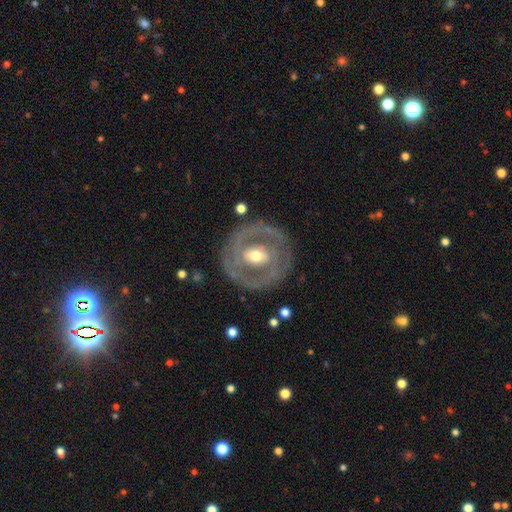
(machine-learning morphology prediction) Smooth or featured?
  - featured or disk: 77% *
  - smooth: 18%
  - star or artifact: 5%
Edge-on disk?
  - no: 96% *
  - yes: 4%
Bar?
  - weak: 40% *
  - no: 34%
  - strong: 27%
Spiral arms?
  - yes: 56% *
  - no: 44%
Bulge size?
  - moderate: 68% *
  - small: 21%
  - large: 9%
  - dominant: 1%
  - none: 1%
Merging?
  - none: 80% *
  - minor disturbance: 13%
  - major disturbance: 6%
  - merger: 1%